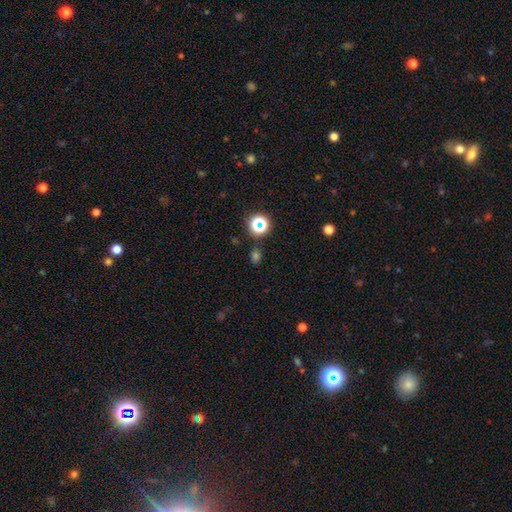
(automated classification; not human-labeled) This appears to be a smooth galaxy with no disk features (49%). Merging: none (82%).